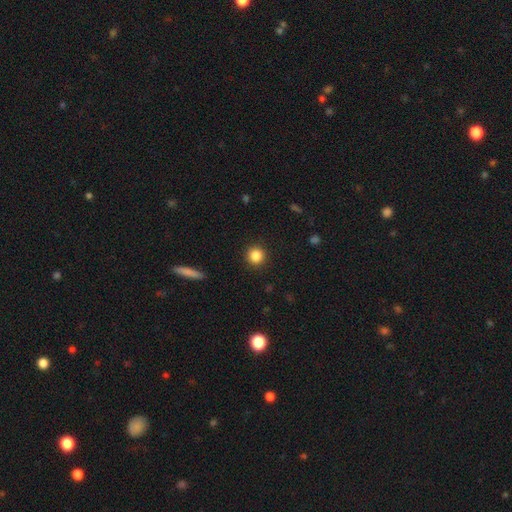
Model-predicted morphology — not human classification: A smooth galaxy with no disk features (84%) that is round (94%).

Vote fractions:
- Smooth or featured? smooth: 84% / star or artifact: 11% / featured or disk: 5%
- How rounded? round: 94% / in between: 5% / cigar-shaped: 1%
- Merging? none: 92% / minor disturbance: 5% / major disturbance: 2% / merger: 1%